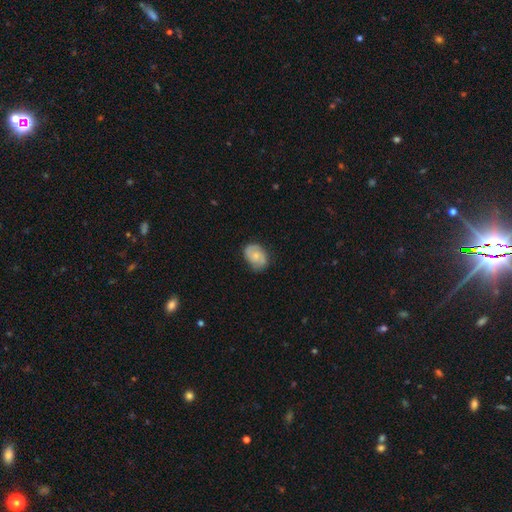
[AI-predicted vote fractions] This is possibly a featured or disk galaxy (55%). It is clearly not viewed edge-on (97%). Bar: likely no (68%). Spiral arm pattern: clearly yes (89%). Central bulge: possibly small (52%). Merging: likely none (72%).